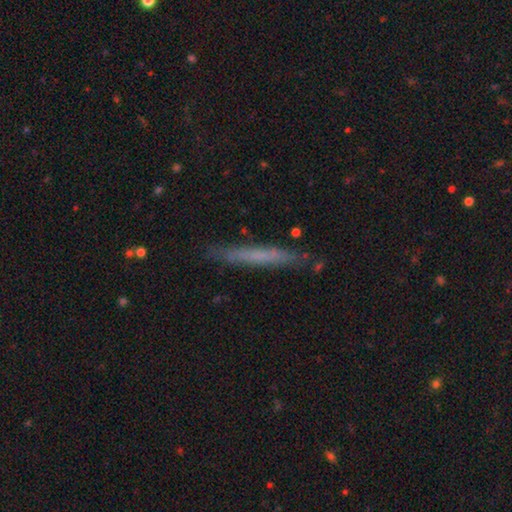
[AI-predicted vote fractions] Smooth or featured: smooth — 53% (featured or disk — 39%)
How rounded: cigar-shaped — 96% (in between — 3%)
Merging: none — 85% (minor disturbance — 11%)